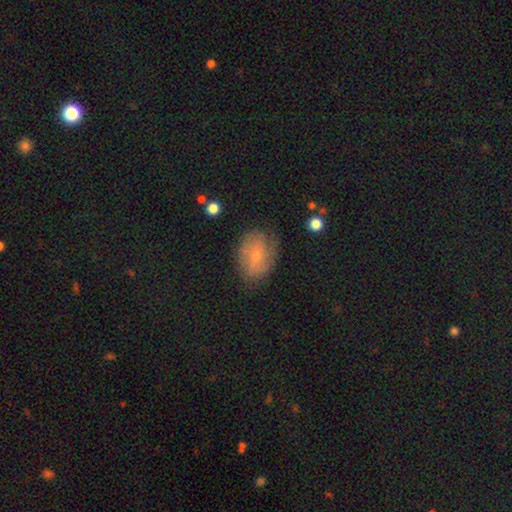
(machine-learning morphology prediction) smooth 48%, featured or disk 43%, star or artifact 9%. Down the decision tree: merging — none (64%).